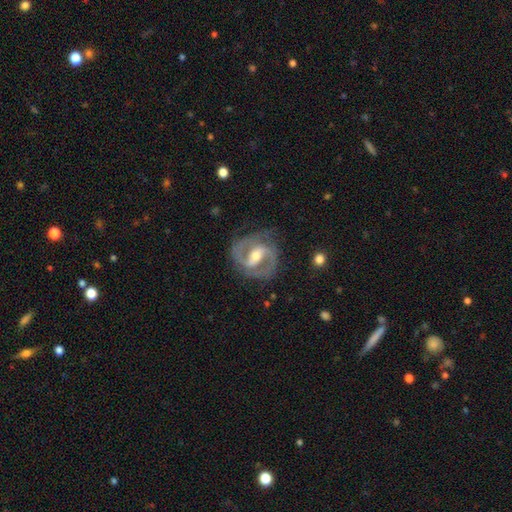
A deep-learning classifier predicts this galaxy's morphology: Overall: featured or disk (90%). Edge-on disk: no (97%). Bar: strong (47%; weak 39%). Spiral arms: yes (96%). Spiral arm count: 2 (92%). Spiral winding: medium (54%; tight 35%). Bulge size: moderate (65%; small 28%). Merging: none (80%).